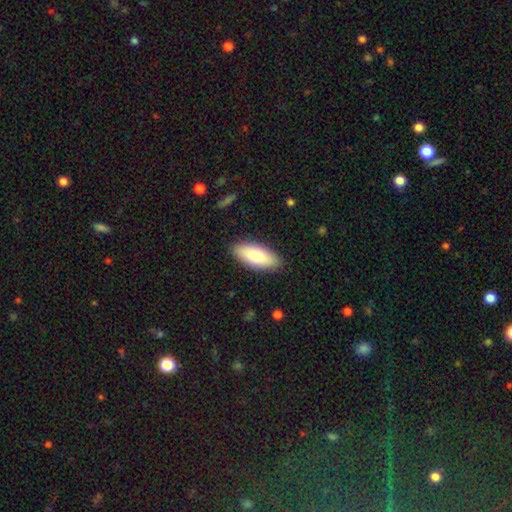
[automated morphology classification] A smooth galaxy with no disk features (76%) that is in between round and cigar-shaped (81%).

Vote fractions:
- Smooth or featured? smooth: 76% / featured or disk: 18% / star or artifact: 6%
- How rounded? in between: 81% / cigar-shaped: 16% / round: 2%
- Merging? none: 88% / minor disturbance: 8% / major disturbance: 2% / merger: 1%